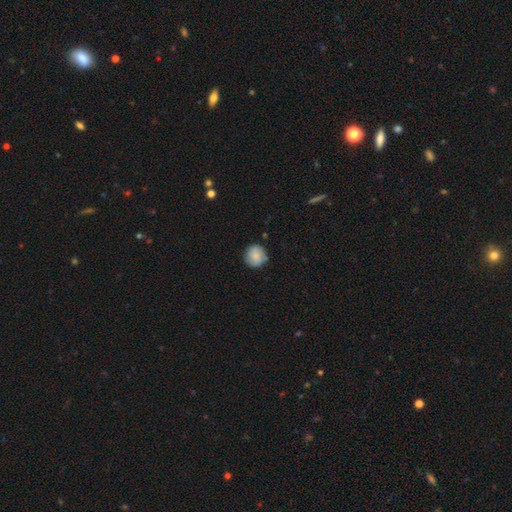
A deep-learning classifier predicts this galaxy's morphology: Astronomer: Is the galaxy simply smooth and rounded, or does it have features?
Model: smooth — 81%.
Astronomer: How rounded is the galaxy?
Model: round — 90%.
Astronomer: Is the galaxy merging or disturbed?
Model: none — 80%.